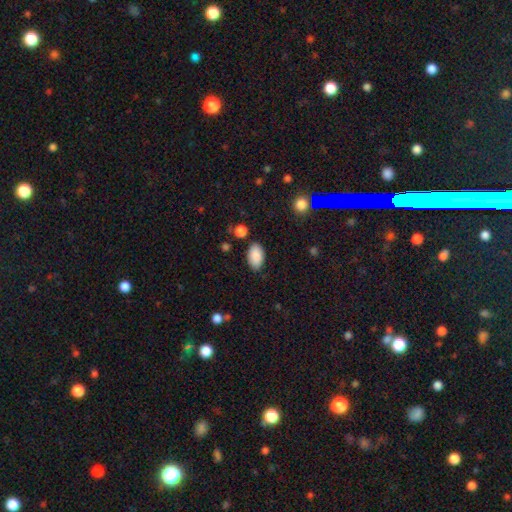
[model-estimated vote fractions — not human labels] A smooth galaxy with no disk features (88%) that is in between round and cigar-shaped (94%).

Vote fractions:
- Smooth or featured? smooth: 88% / star or artifact: 7% / featured or disk: 5%
- How rounded? in between: 94% / round: 5% / cigar-shaped: 2%
- Merging? none: 82% / minor disturbance: 13% / major disturbance: 3% / merger: 2%